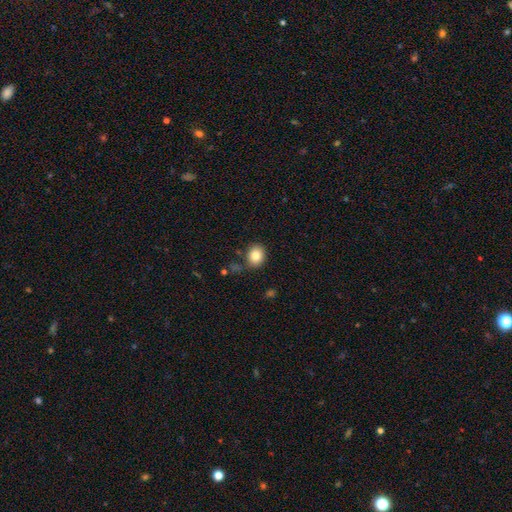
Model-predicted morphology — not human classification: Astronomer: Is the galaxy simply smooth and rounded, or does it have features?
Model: smooth — 82%.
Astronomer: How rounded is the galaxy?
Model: round — 59% (runner-up: in between, 40%).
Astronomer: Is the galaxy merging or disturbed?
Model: none — 80%.